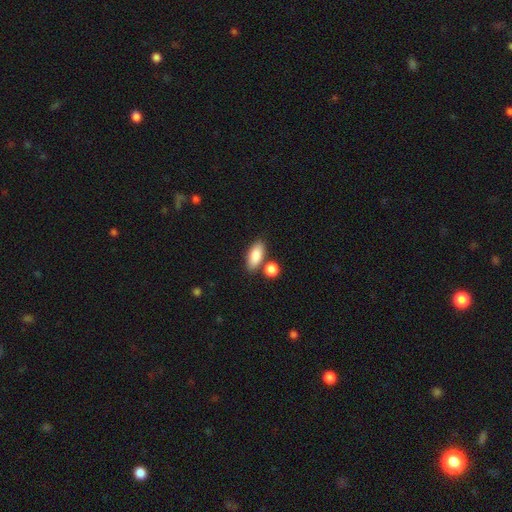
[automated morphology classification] Overall: smooth (87%). How rounded: in between (85%). Merging: none (71%).